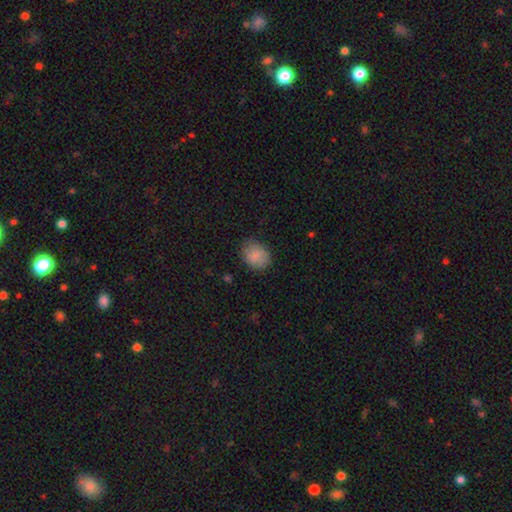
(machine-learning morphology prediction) Smooth or featured?
  - smooth: 84% *
  - featured or disk: 8%
  - star or artifact: 8%
How rounded?
  - in between: 52% *
  - round: 47%
  - cigar-shaped: 1%
Merging?
  - none: 78% *
  - minor disturbance: 17%
  - major disturbance: 4%
  - merger: 1%